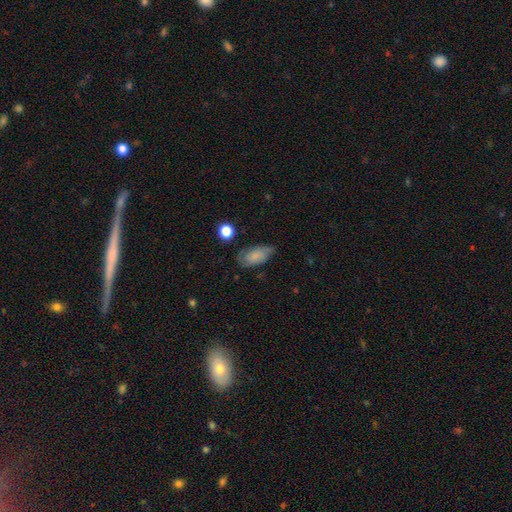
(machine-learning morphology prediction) Smooth or featured?
  - smooth: 66% *
  - featured or disk: 25%
  - star or artifact: 8%
How rounded?
  - in between: 90% *
  - round: 5%
  - cigar-shaped: 5%
Merging?
  - none: 62% *
  - minor disturbance: 28%
  - major disturbance: 7%
  - merger: 2%